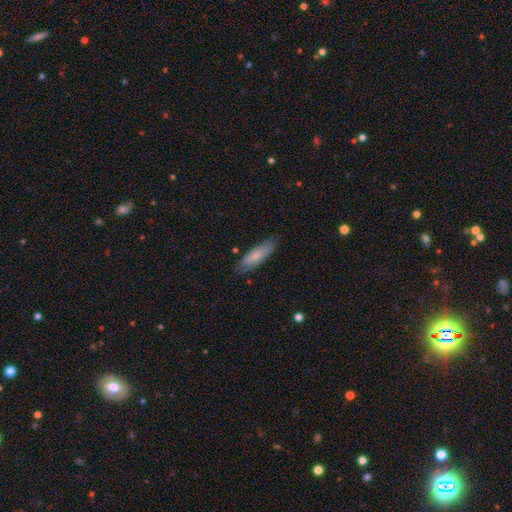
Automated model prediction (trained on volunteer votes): smooth-or-featured: smooth: 72% | featured or disk: 22% | star or artifact: 6%
  how-rounded: cigar-shaped: 55% | in between: 43% | round: 2%
  merging: none: 80% | minor disturbance: 16% | major disturbance: 3% | merger: 2%